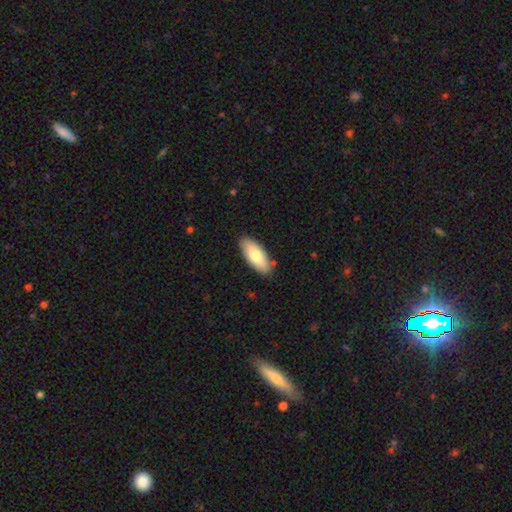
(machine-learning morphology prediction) This appears to be a smooth galaxy with no disk features (77%) that is in between round and cigar-shaped (83%). Merging: none (86%).